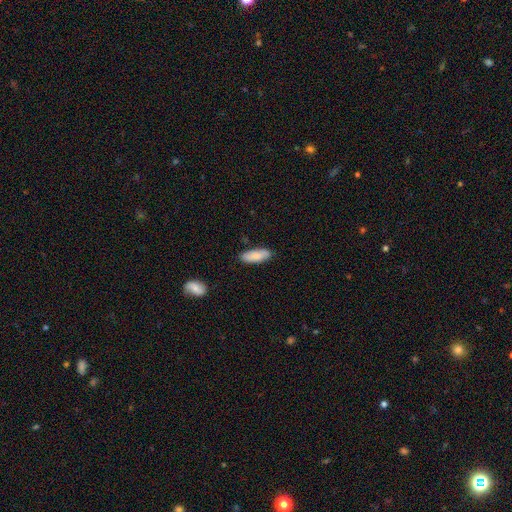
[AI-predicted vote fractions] The model was most divided on "how rounded": in between: 64%, cigar-shaped: 34%, round: 2%. More confident: merging — none (83%); smooth or featured — smooth (81%).